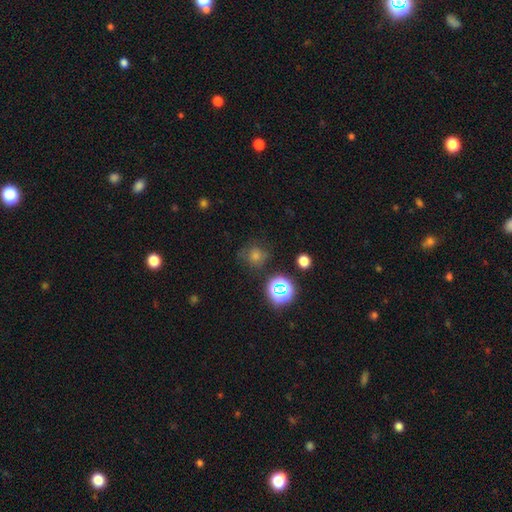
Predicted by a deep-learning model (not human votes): A smooth galaxy with no disk features (48%). Merging: none (75%).